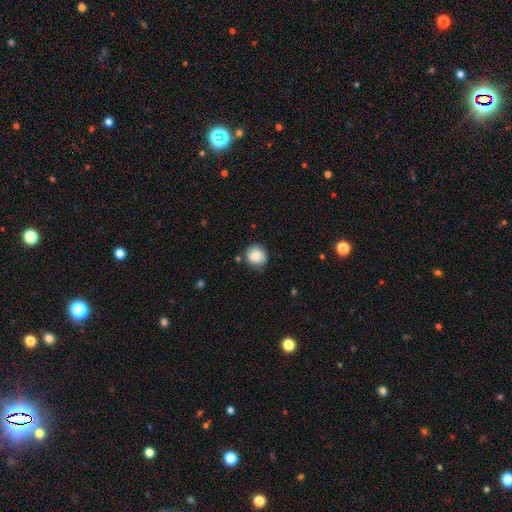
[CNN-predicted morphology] A smooth galaxy with no disk features (84%) that is round (84%).

Vote fractions:
- Smooth or featured? smooth: 84% / star or artifact: 8% / featured or disk: 8%
- How rounded? round: 84% / in between: 15% / cigar-shaped: 1%
- Merging? none: 76% / minor disturbance: 18% / major disturbance: 4% / merger: 3%